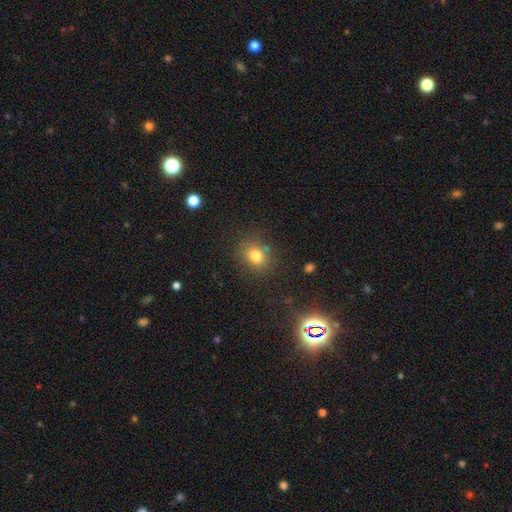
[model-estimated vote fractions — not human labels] Overall: smooth (77%). How rounded: round (61%; in between 38%). Merging: none (78%).